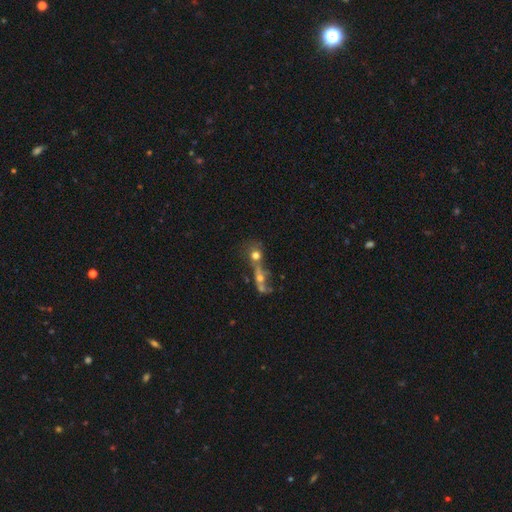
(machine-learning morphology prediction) smooth 58%, featured or disk 24%, star or artifact 17%. Down the decision tree: how rounded — round (74%); merging — merger (55%).